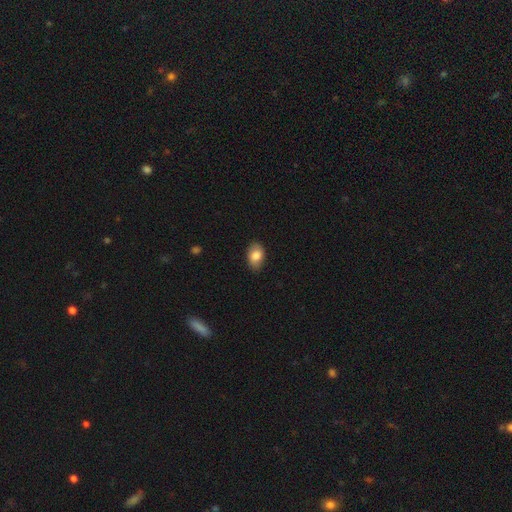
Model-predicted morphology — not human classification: Overall: smooth (82%). How rounded: in between (87%). Merging: none (82%).